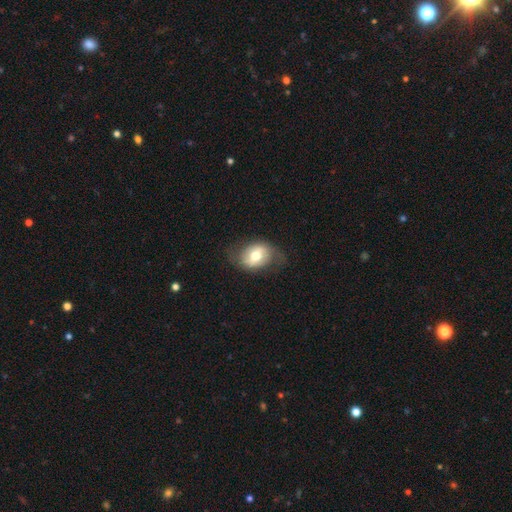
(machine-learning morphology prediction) Smooth or featured? Predicted: smooth (p=0.55). How rounded? Predicted: in between (p=0.70). Merging? Predicted: none (p=0.69).